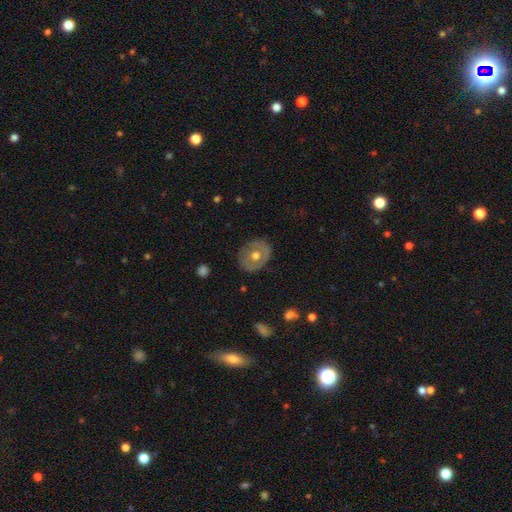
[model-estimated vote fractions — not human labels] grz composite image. It shows a smooth galaxy with no disk features (47%). Merging: none (81%).